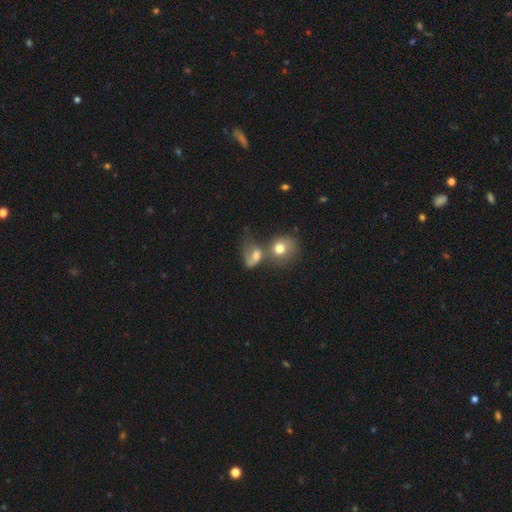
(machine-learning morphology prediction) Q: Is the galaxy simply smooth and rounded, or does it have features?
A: smooth — 61%.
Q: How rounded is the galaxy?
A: in between — 61%.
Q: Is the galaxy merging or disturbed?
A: merger — 54%.